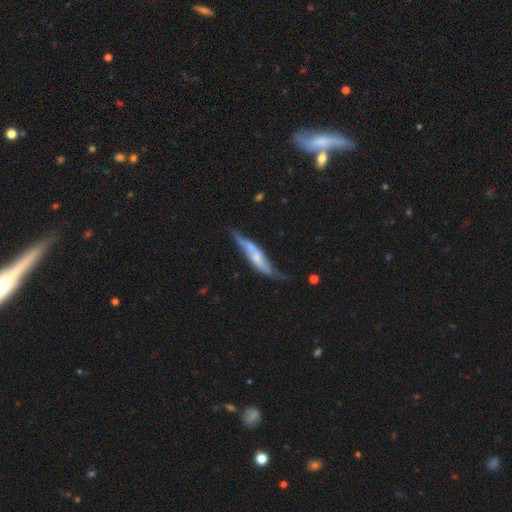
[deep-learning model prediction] The model was most divided on "merging": none: 48%, minor disturbance: 33%, major disturbance: 14%, merger: 5%. More confident: smooth or featured — featured or disk (60%); edge-on disk — yes (58%).